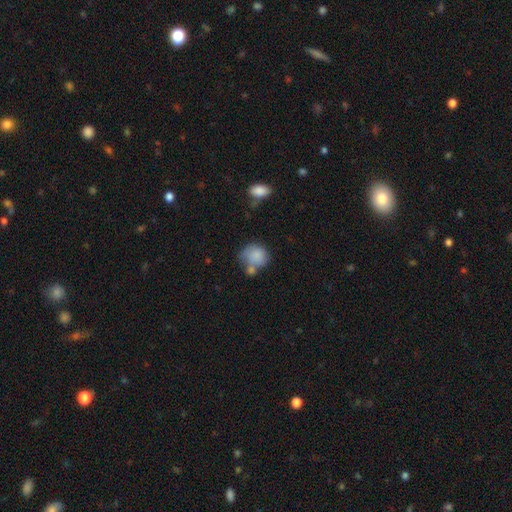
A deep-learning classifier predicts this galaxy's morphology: smooth 83%, featured or disk 10%, star or artifact 7%. Down the decision tree: how rounded — round (70%); merging — none (40%).